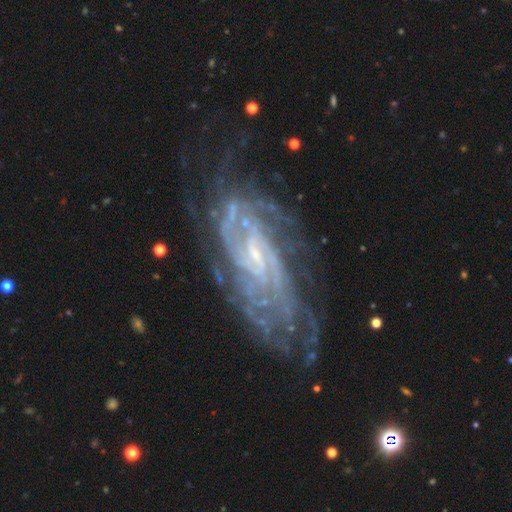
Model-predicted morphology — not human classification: Smooth or featured?
  - featured or disk: 88% *
  - star or artifact: 7%
  - smooth: 5%
Edge-on disk?
  - no: 93% *
  - yes: 7%
Bar?
  - weak: 44% *
  - no: 37%
  - strong: 19%
Spiral arms?
  - yes: 96% *
  - no: 4%
Spiral winding?
  - tight: 65% *
  - medium: 29%
  - loose: 7%
Spiral arm count?
  - can't tell: 36% *
  - 2: 17%
  - 4: 16%
  - 3: 13%
  - more than 4: 10%
  - 1: 7%
Bulge size?
  - small: 76% *
  - moderate: 12%
  - none: 9%
  - large: 1%
  - dominant: 1%
Merging?
  - none: 65% *
  - minor disturbance: 20%
  - major disturbance: 12%
  - merger: 2%